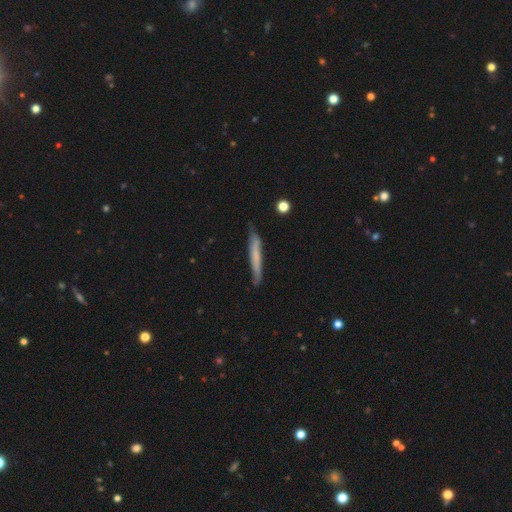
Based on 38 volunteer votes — Smooth or featured? smooth (47%)
How rounded? cigar-shaped (89%)
Merging? none (62%)